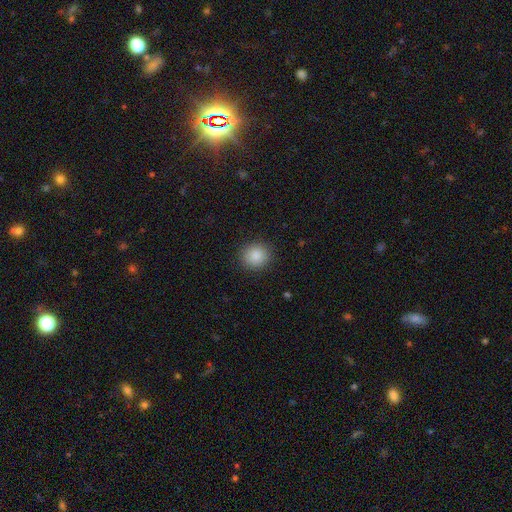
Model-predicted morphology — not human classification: Q: Smooth or featured?
A: smooth (87%); runner-up: star or artifact (9%)
Q: How rounded?
A: round (86%); runner-up: in between (13%)
Q: Merging?
A: none (90%); runner-up: minor disturbance (7%)